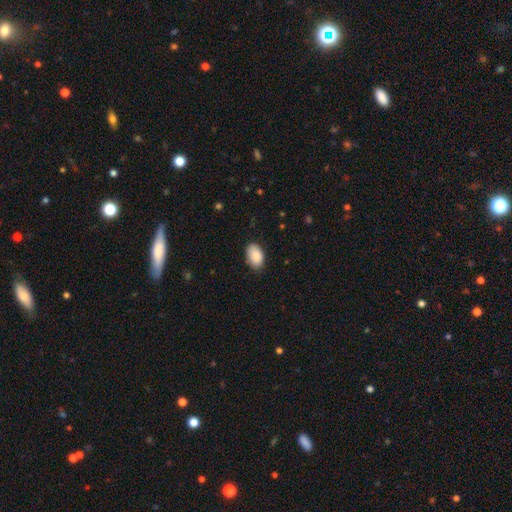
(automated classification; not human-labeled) smooth-or-featured: smooth: 88% | star or artifact: 6% | featured or disk: 6%
  how-rounded: in between: 92% | round: 7% | cigar-shaped: 1%
  merging: none: 80% | minor disturbance: 16% | major disturbance: 3% | merger: 1%